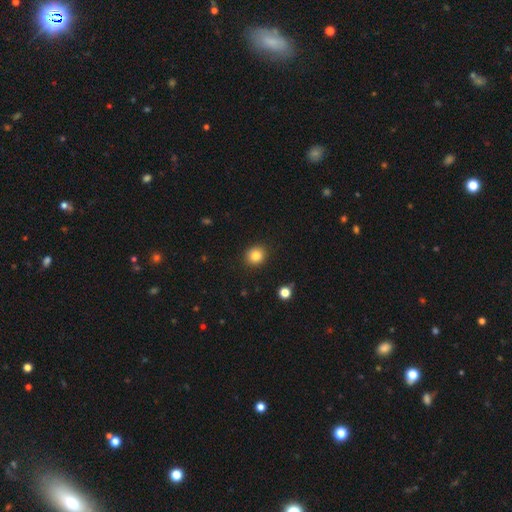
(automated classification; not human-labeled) This appears to be a smooth galaxy with no disk features (83%) that is round (81%). Merging: none (90%).